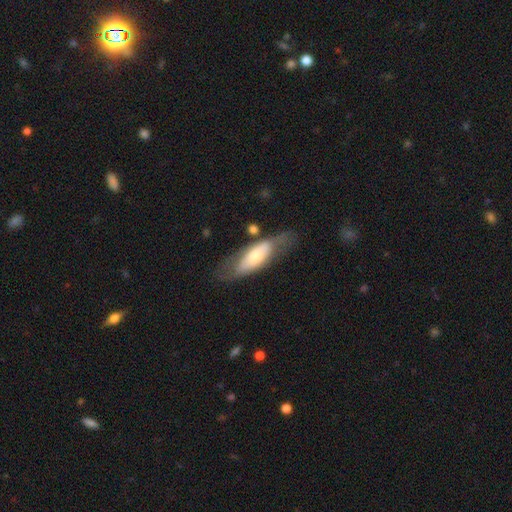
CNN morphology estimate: The model was most divided on "smooth or featured": smooth: 52%, featured or disk: 42%, star or artifact: 6%. More confident: how rounded — in between (62%); merging — none (56%).